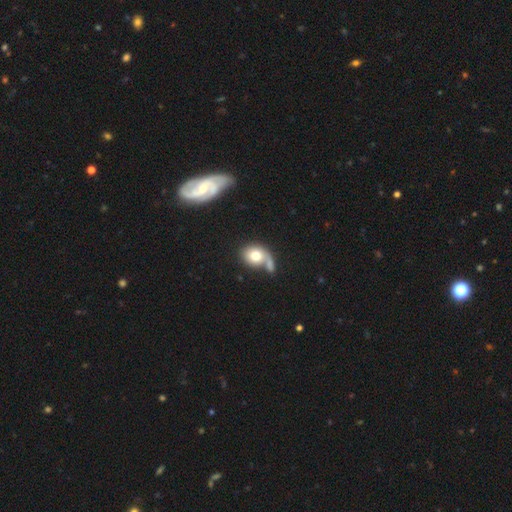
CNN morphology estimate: smooth_or_featured: smooth (p=0.70) [alt: featured or disk p=0.23]
how_rounded: round (p=0.57) [alt: in between p=0.41]
merging: merger (p=0.36) [tied with: none p=0.36]